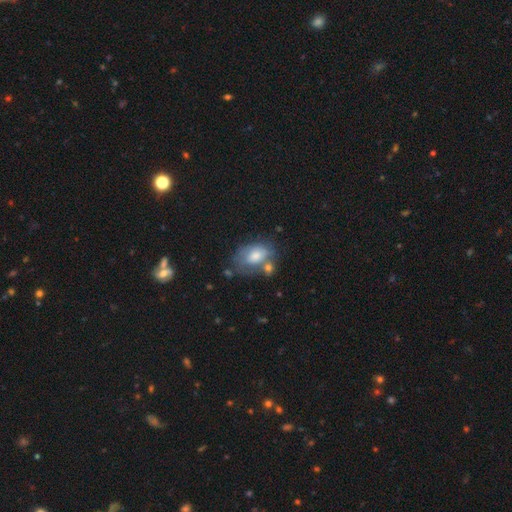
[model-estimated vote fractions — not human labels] Smooth or featured? Predicted: smooth (p=0.68). How rounded? Predicted: in between (p=0.84). Merging? Predicted: none (p=0.40).